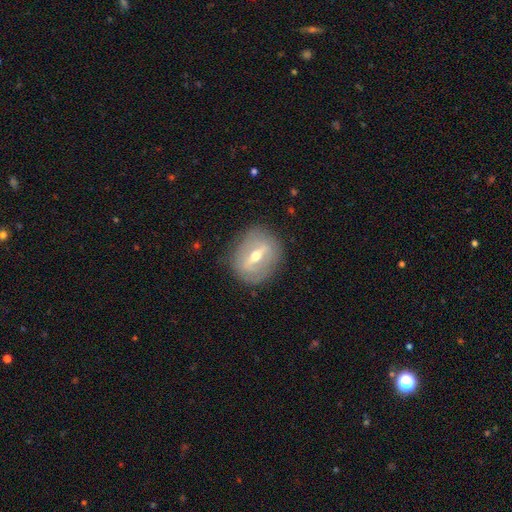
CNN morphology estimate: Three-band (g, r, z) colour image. It shows a featured or disk galaxy (70%) with a strong bar (64%), no spiral arms (73%) and a moderate central bulge (69%). Merging: none (82%).